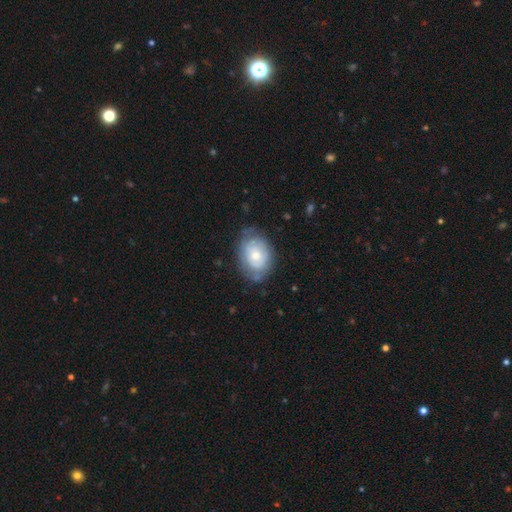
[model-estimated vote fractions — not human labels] smooth-or-featured: smooth: 51% | featured or disk: 43% | star or artifact: 7%
  how-rounded: in between: 75% | round: 24% | cigar-shaped: 1%
  merging: none: 67% | minor disturbance: 24% | major disturbance: 8% | merger: 2%